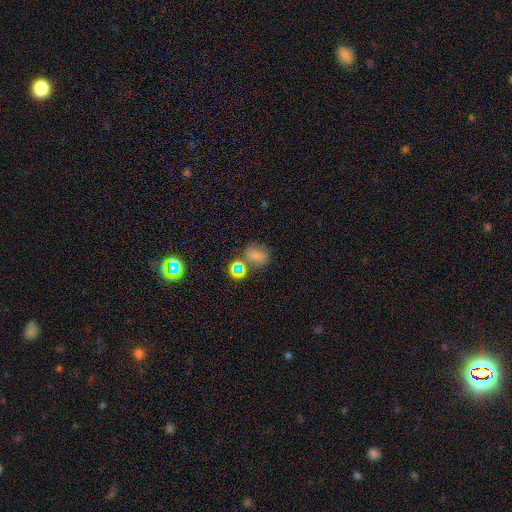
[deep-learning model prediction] A smooth galaxy with no disk features (65%) that is in between round and cigar-shaped (56%).

Vote fractions:
- Smooth or featured? smooth: 65% / star or artifact: 25% / featured or disk: 10%
- How rounded? in between: 56% / round: 43% / cigar-shaped: 1%
- Merging? none: 54% / merger: 21% / minor disturbance: 17% / major disturbance: 8%